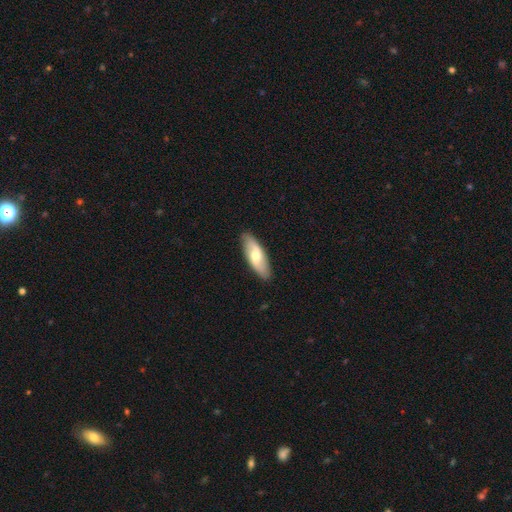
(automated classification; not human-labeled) Overall: smooth (53%; featured or disk 42%). How rounded: in between (69%). Merging: none (88%).